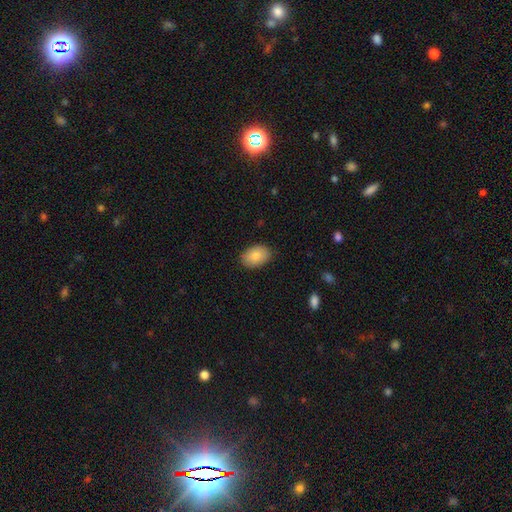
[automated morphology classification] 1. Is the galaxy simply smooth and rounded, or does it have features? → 84% smooth, 9% featured or disk, 7% star or artifact.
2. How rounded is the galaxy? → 86% in between, 13% round, 1% cigar-shaped.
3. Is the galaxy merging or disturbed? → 86% none, 11% minor disturbance, 2% major disturbance, 1% merger.